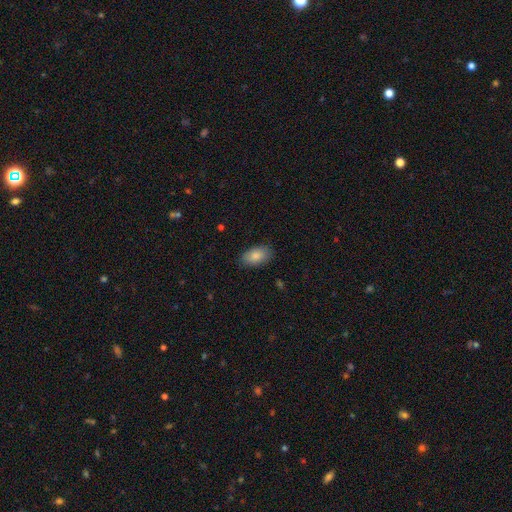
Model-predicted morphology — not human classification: type=smooth (86%); roundness=in between (93%); merging=none (84%).